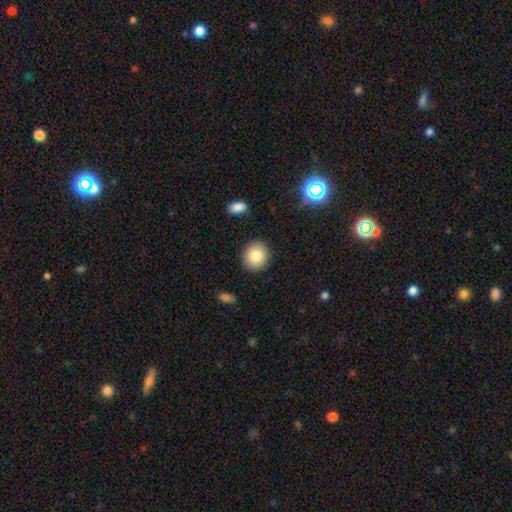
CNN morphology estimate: The model was most divided on "how rounded": round: 86%, in between: 13%, cigar-shaped: 1%. More confident: merging — none (90%); smooth or featured — smooth (84%).